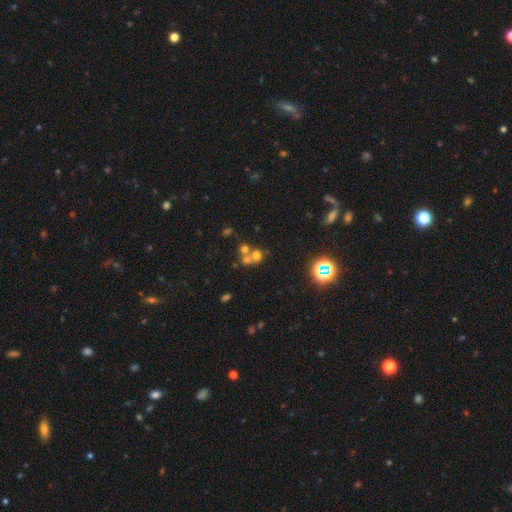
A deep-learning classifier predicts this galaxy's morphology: smooth 54%, star or artifact 26%, featured or disk 20%. Down the decision tree: how rounded — round (81%); merging — merger (55%).